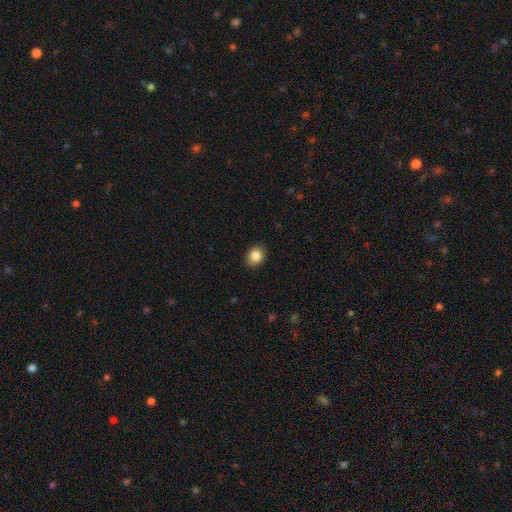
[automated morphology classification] smooth-or-featured: smooth: 86% | star or artifact: 9% | featured or disk: 5%
  how-rounded: in between: 50% | round: 49% | cigar-shaped: 1%
  merging: none: 89% | minor disturbance: 8% | major disturbance: 2% | merger: 1%